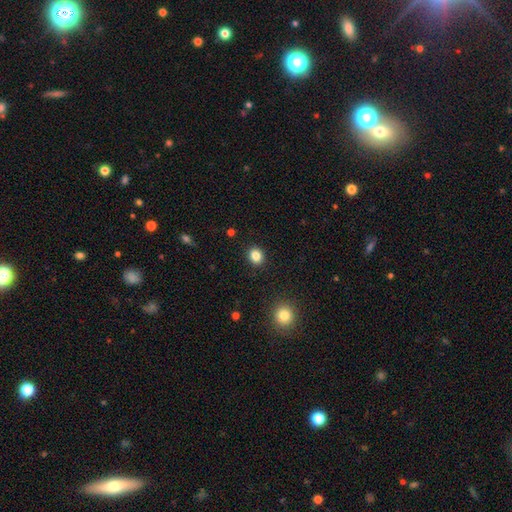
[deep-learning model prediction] The model was most divided on "how rounded": round: 70%, in between: 29%, cigar-shaped: 1%. More confident: merging — none (91%); smooth or featured — smooth (84%).